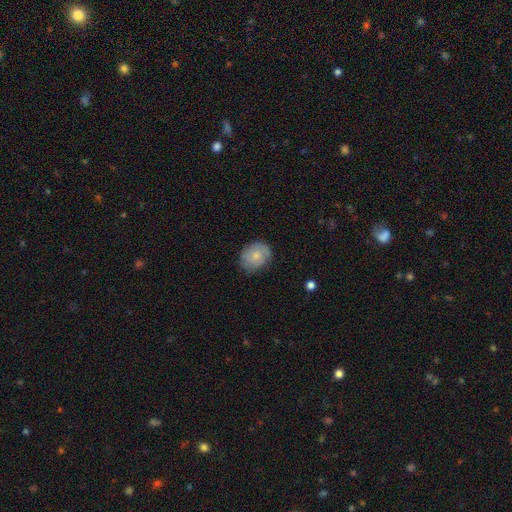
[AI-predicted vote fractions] The model was most divided on "how rounded": round: 55%, in between: 44%, cigar-shaped: 1%. More confident: merging — none (72%); smooth or featured — smooth (70%).